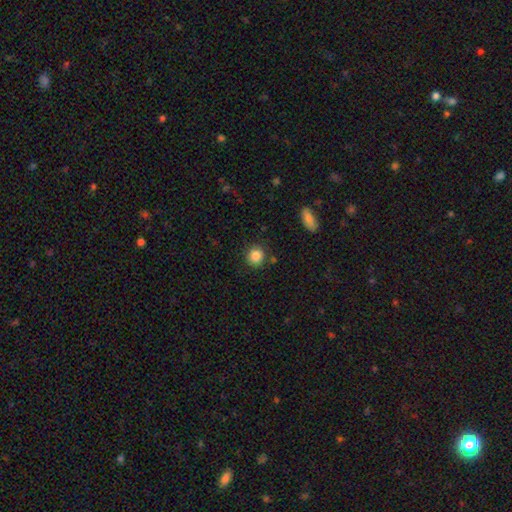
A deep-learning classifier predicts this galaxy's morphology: Smooth or featured?
  - smooth: 85% *
  - star or artifact: 10%
  - featured or disk: 5%
How rounded?
  - round: 89% *
  - in between: 10%
  - cigar-shaped: 1%
Merging?
  - none: 86% *
  - minor disturbance: 9%
  - merger: 3%
  - major disturbance: 2%